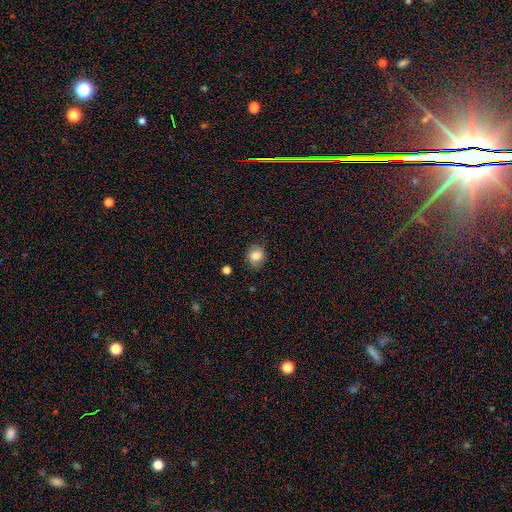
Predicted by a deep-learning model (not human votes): Smooth or featured?
  - smooth: 81% *
  - featured or disk: 10%
  - star or artifact: 10%
How rounded?
  - round: 79% *
  - in between: 20%
  - cigar-shaped: 1%
Merging?
  - none: 80% *
  - minor disturbance: 15%
  - major disturbance: 4%
  - merger: 2%